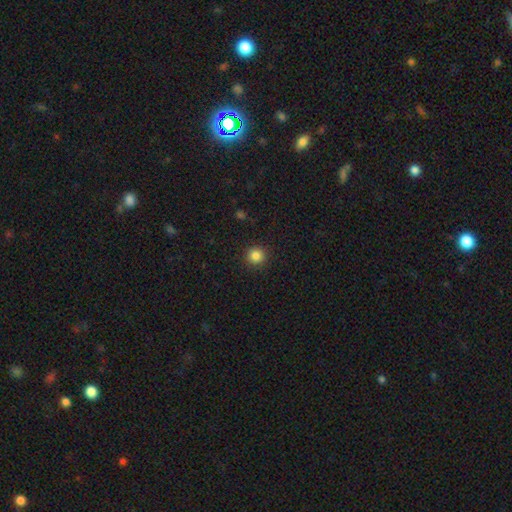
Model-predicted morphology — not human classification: smooth_or_featured: smooth (p=0.85) [alt: star or artifact p=0.11]
how_rounded: round (p=0.94) [alt: in between p=0.05]
merging: none (p=0.92) [alt: minor disturbance p=0.05]